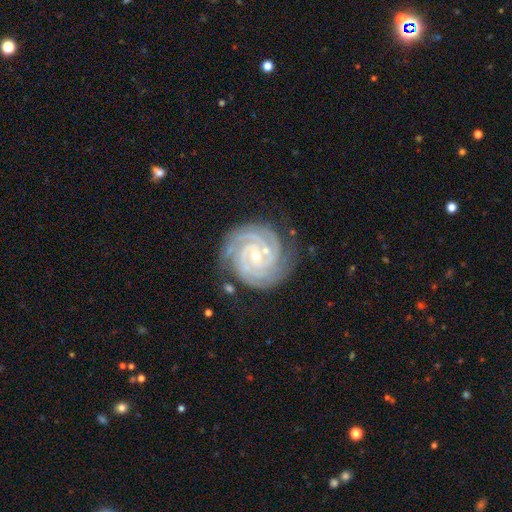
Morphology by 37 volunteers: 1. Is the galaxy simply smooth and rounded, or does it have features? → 100% featured or disk, 0% smooth, 0% star or artifact.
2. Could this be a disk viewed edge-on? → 100% no, 0% yes.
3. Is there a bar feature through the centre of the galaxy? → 49% weak, 32% no, 19% strong.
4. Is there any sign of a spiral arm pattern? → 100% yes, 0% no.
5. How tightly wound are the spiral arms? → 92% tight, 8% medium, 0% loose.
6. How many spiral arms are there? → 43% 4, 27% 2, 27% 3, 3% can't tell, 0% 1, 0% more than 4.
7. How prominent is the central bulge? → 84% small, 14% moderate, 3% none, 0% dominant, 0% large.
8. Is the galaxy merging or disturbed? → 73% none, 14% merger, 8% minor disturbance, 5% major disturbance.